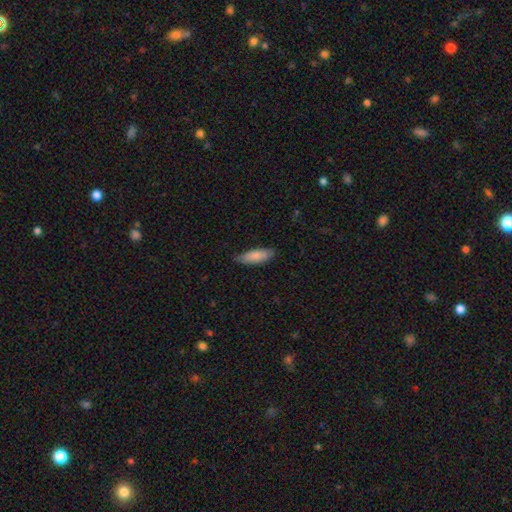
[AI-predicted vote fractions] Smooth or featured?
  - smooth: 84% *
  - featured or disk: 11%
  - star or artifact: 5%
How rounded?
  - in between: 58% *
  - cigar-shaped: 40%
  - round: 2%
Merging?
  - none: 81% *
  - minor disturbance: 16%
  - major disturbance: 2%
  - merger: 1%